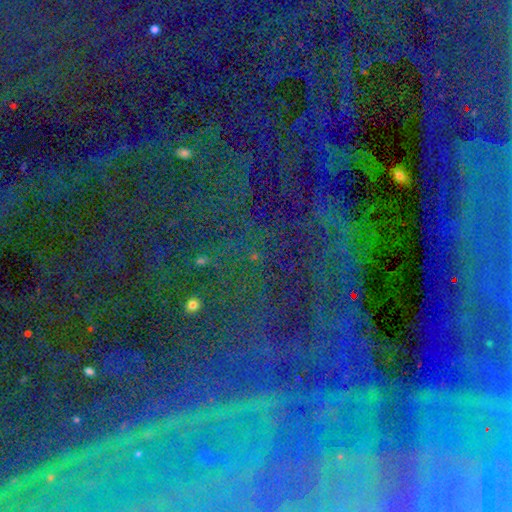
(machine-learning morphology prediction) This appears to be a star or artifact, not a galaxy (81%).